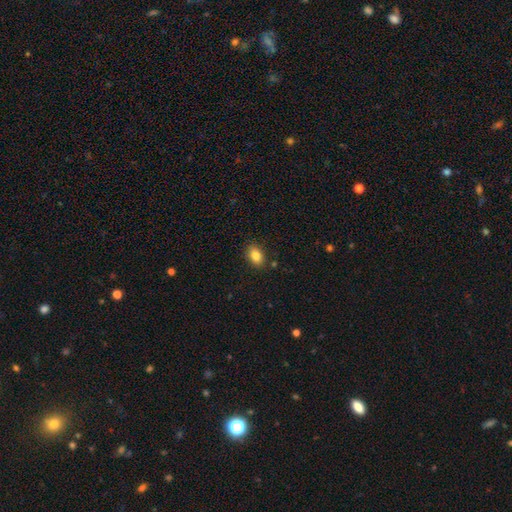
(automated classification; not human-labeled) smooth 85%, star or artifact 9%, featured or disk 6%. Down the decision tree: how rounded — in between (82%); merging — none (86%).